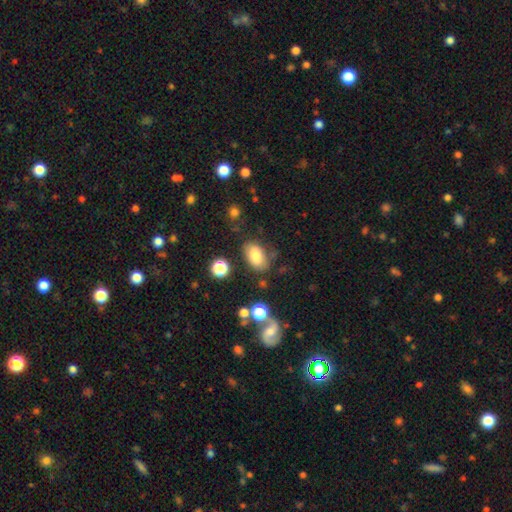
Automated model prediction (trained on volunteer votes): Smooth or featured?
  - smooth: 79% *
  - featured or disk: 11%
  - star or artifact: 10%
How rounded?
  - in between: 90% *
  - round: 8%
  - cigar-shaped: 2%
Merging?
  - none: 70% *
  - minor disturbance: 19%
  - major disturbance: 7%
  - merger: 5%